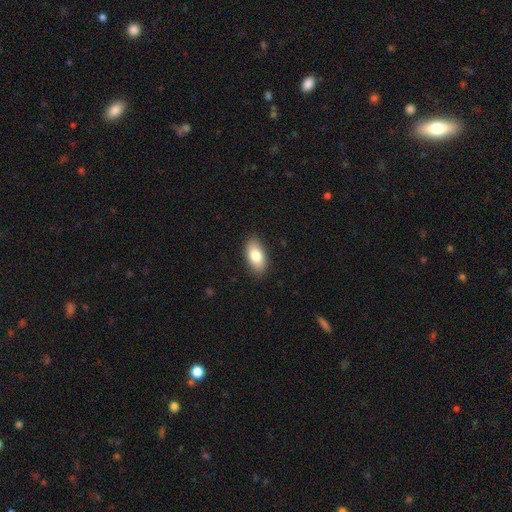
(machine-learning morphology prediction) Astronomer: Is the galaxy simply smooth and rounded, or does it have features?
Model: smooth — 81%.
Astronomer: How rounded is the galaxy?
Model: in between — 92%.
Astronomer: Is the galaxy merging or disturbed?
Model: none — 88%.